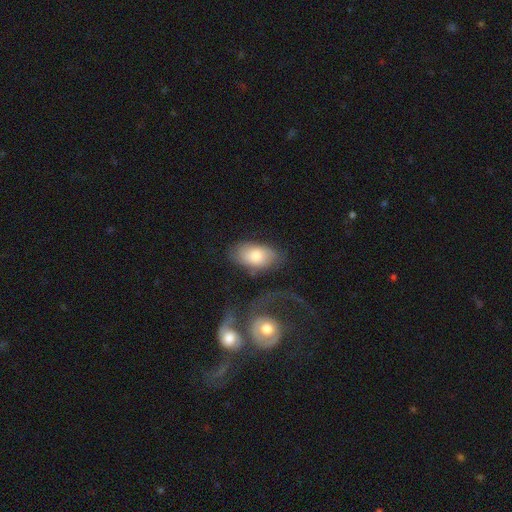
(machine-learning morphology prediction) Smooth or featured: smooth — 69% (featured or disk — 25%)
How rounded: in between — 92% (round — 6%)
Merging: none — 57% (minor disturbance — 21%)